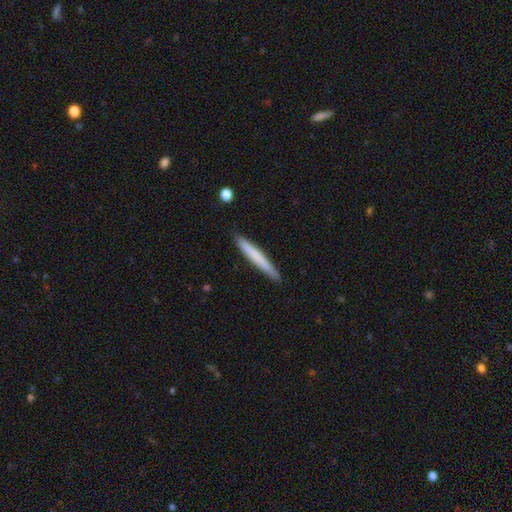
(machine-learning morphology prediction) The model was most divided on "smooth or featured": smooth: 69%, featured or disk: 26%, star or artifact: 5%. More confident: how rounded — cigar-shaped (96%); merging — none (89%).